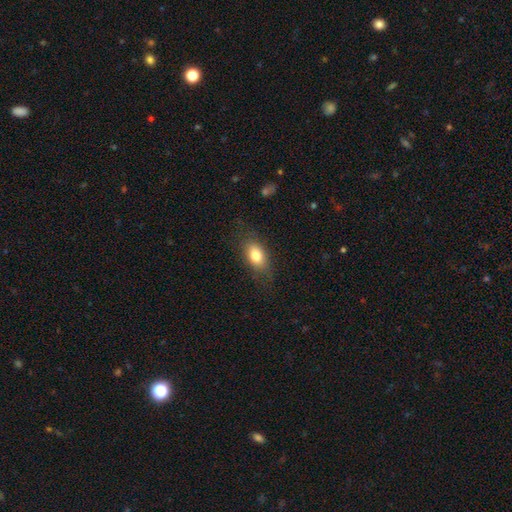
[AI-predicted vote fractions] Q: Smooth or featured?
A: smooth (79%); runner-up: featured or disk (13%)
Q: How rounded?
A: in between (84%); runner-up: round (11%)
Q: Merging?
A: none (78%); runner-up: minor disturbance (16%)